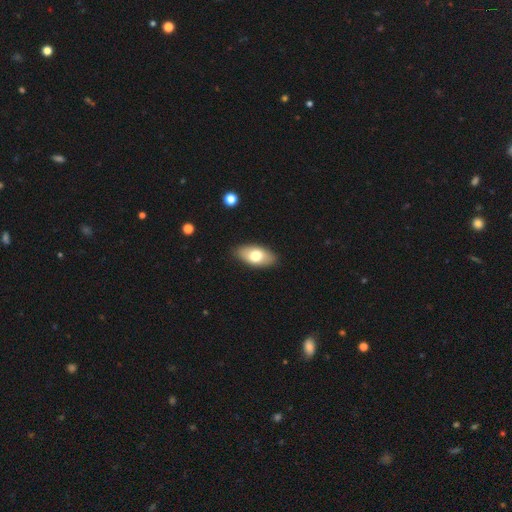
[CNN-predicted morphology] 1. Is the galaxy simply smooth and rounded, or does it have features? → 72% smooth, 22% featured or disk, 6% star or artifact.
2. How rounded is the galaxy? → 93% in between, 4% cigar-shaped, 3% round.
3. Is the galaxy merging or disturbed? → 88% none, 9% minor disturbance, 2% major disturbance, 1% merger.